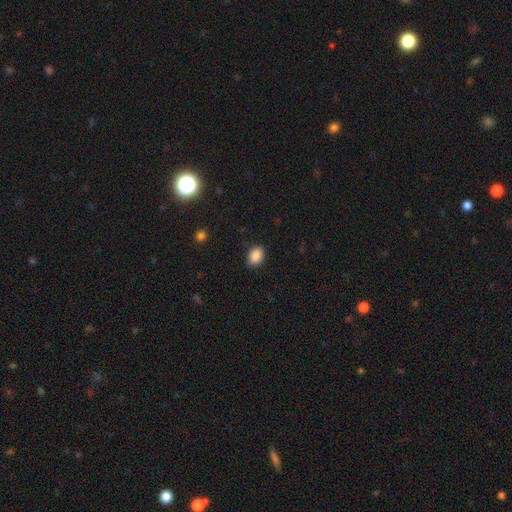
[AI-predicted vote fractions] smooth-or-featured: smooth: 89% | star or artifact: 8% | featured or disk: 3%
  how-rounded: in between: 70% | round: 29% | cigar-shaped: 1%
  merging: none: 87% | minor disturbance: 10% | major disturbance: 2% | merger: 1%